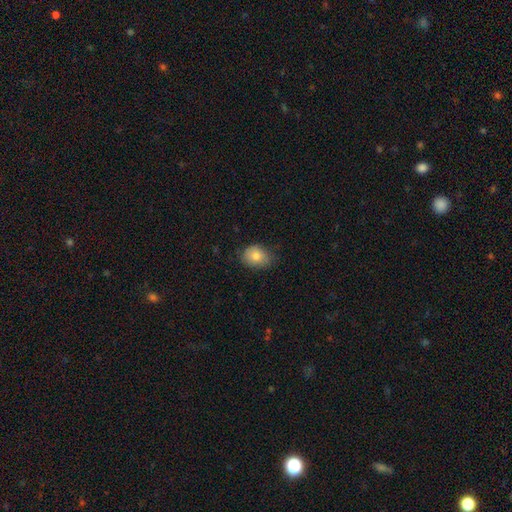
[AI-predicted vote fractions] smooth_or_featured: smooth (p=0.82) [alt: featured or disk p=0.10]
how_rounded: in between (p=0.61) [alt: round p=0.38]
merging: none (p=0.69) [alt: minor disturbance p=0.25]